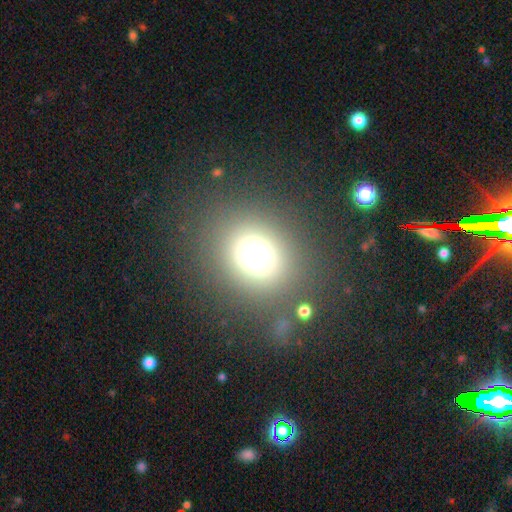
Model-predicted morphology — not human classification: A smooth galaxy with no disk features (66%) that is round (78%). Merging: none (80%).